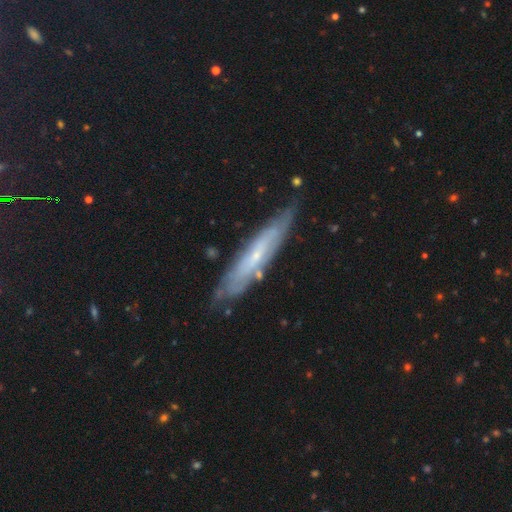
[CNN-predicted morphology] featured or disk 67%, smooth 27%, star or artifact 6%. Down the decision tree: edge-on disk — yes (55%); merging — none (75%).